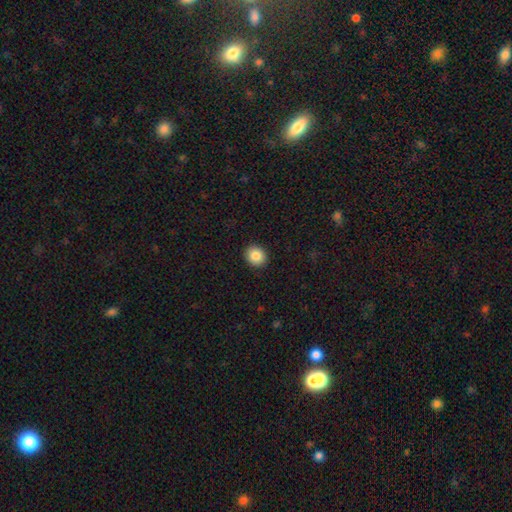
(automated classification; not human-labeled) This appears to be a smooth galaxy with no disk features (86%) that is round (80%). Merging: none (92%).